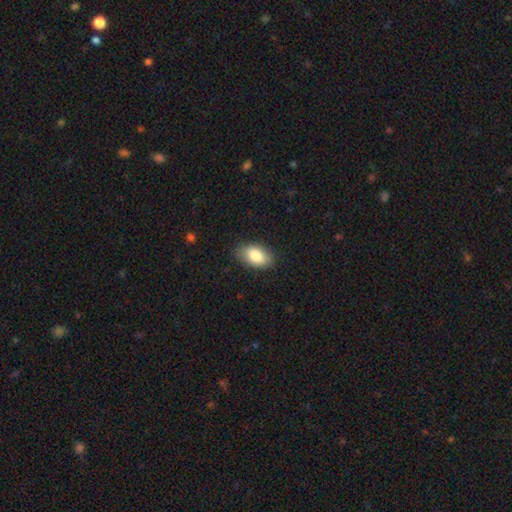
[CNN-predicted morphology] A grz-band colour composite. It shows a smooth galaxy with no disk features (84%) that is in between round and cigar-shaped (93%). Merging: none (84%).